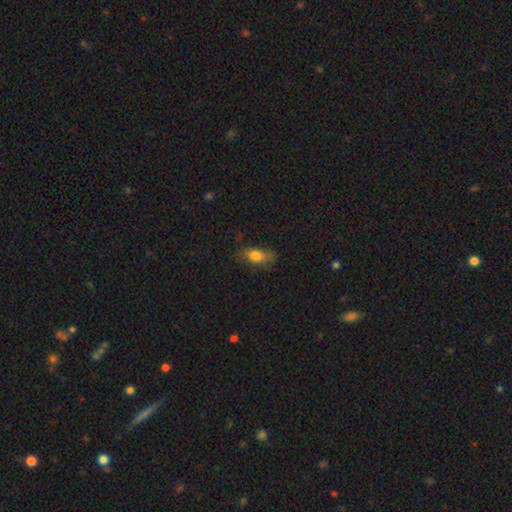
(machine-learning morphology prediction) Q: Smooth or featured?
A: smooth (75%); runner-up: featured or disk (15%)
Q: How rounded?
A: in between (75%); runner-up: cigar-shaped (14%)
Q: Merging?
A: none (62%); runner-up: minor disturbance (26%)